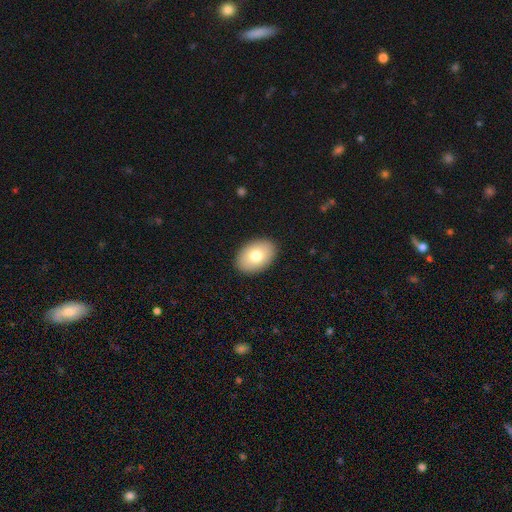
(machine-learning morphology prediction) This appears to be a smooth galaxy with no disk features (78%) that is in between round and cigar-shaped (86%). Merging: none (91%).